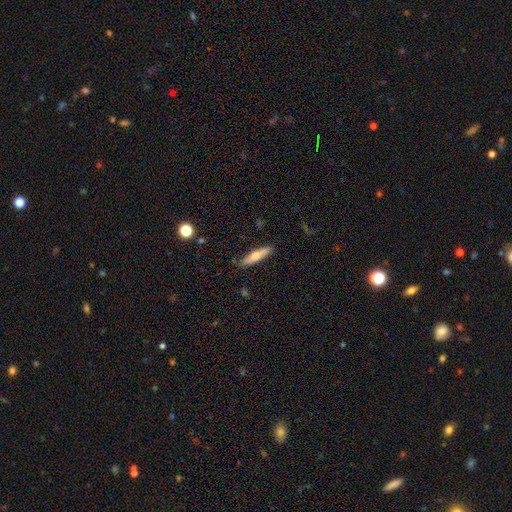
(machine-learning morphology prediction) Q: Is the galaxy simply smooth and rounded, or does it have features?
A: smooth — 57%.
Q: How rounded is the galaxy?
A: cigar-shaped — 80%.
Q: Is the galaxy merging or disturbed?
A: none — 85%.